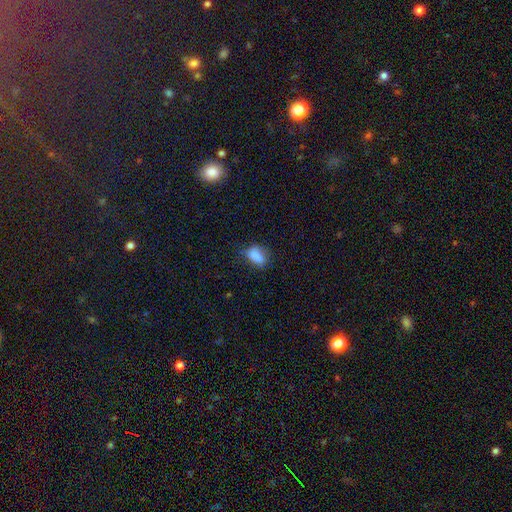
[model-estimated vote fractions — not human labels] This appears to be a smooth galaxy with no disk features (84%) that is in between round and cigar-shaped (84%). Merging: none (61%).